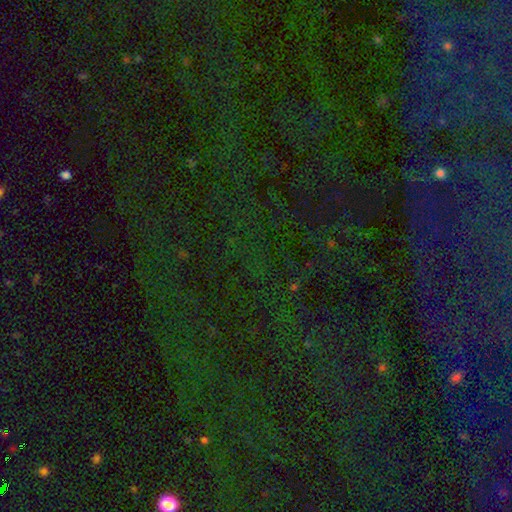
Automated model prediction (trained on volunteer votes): This is clearly a star or artifact rather than a galaxy (80%).